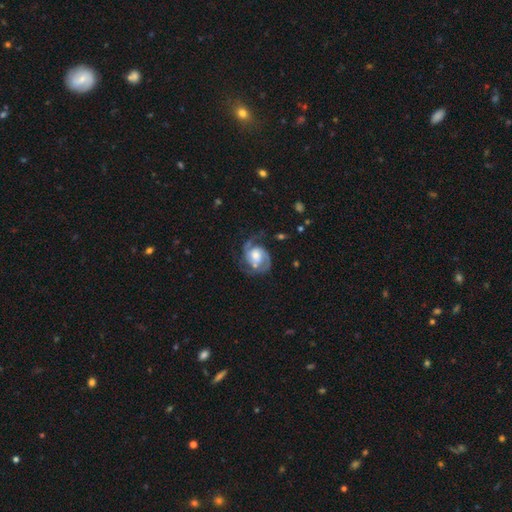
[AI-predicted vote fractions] This is clearly a featured or disk galaxy (86%). It is clearly not viewed edge-on (98%). Bar: likely no (64%). Spiral arm pattern: clearly yes (96%). Spiral arm count: likely 2 (72%). Spiral winding: possibly medium (46%). Central bulge: possibly moderate (49%). Merging: likely none (62%).